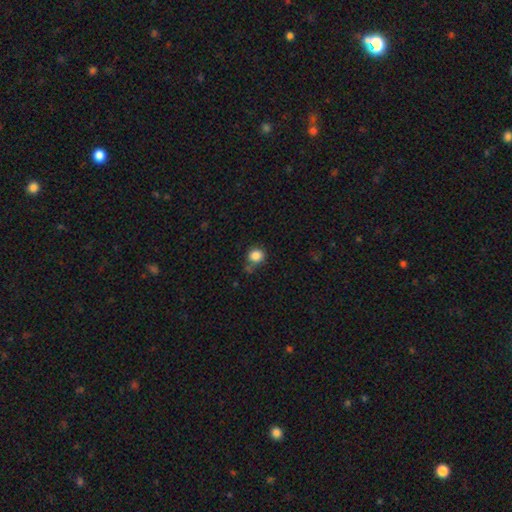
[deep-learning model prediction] A smooth galaxy with no disk features (85%) that is round (84%).

Vote fractions:
- Smooth or featured? smooth: 85% / star or artifact: 11% / featured or disk: 5%
- How rounded? round: 84% / in between: 15% / cigar-shaped: 1%
- Merging? none: 66% / minor disturbance: 18% / merger: 10% / major disturbance: 6%